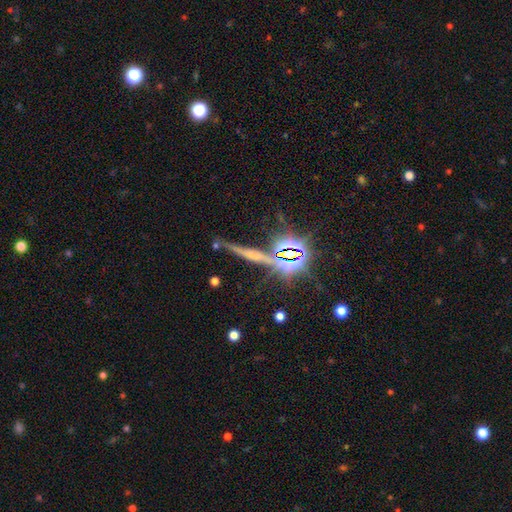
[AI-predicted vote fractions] smooth_or_featured: star or artifact (p=0.43) [alt: featured or disk p=0.37]